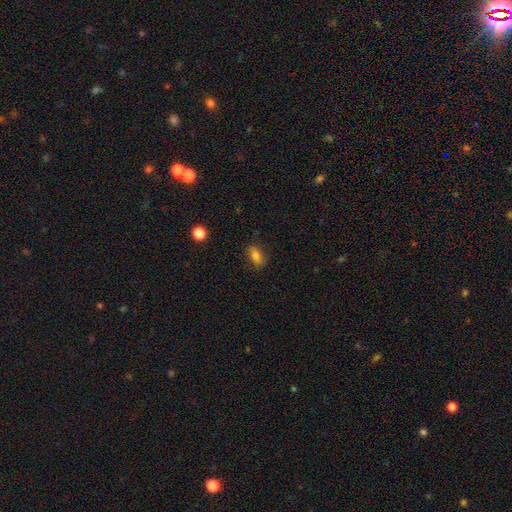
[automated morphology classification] This appears to be a smooth galaxy with no disk features (78%) that is in between round and cigar-shaped (81%). Merging: none (82%).